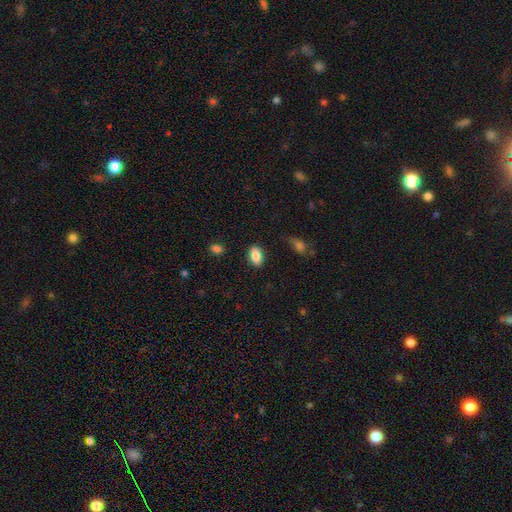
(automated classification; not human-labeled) The model was most divided on "merging": none: 86%, minor disturbance: 10%, major disturbance: 3%, merger: 2%. More confident: how rounded — in between (90%); smooth or featured — smooth (85%).